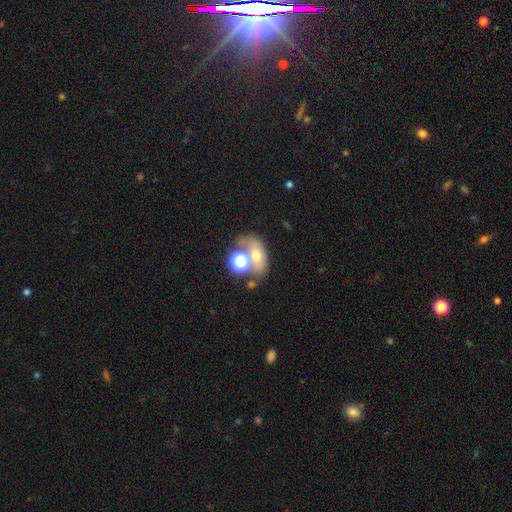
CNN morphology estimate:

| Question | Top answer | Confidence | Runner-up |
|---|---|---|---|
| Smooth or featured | smooth | 55% | featured or disk (28%) |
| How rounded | in between | 67% | round (30%) |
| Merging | none | 39% | merger (37%) |